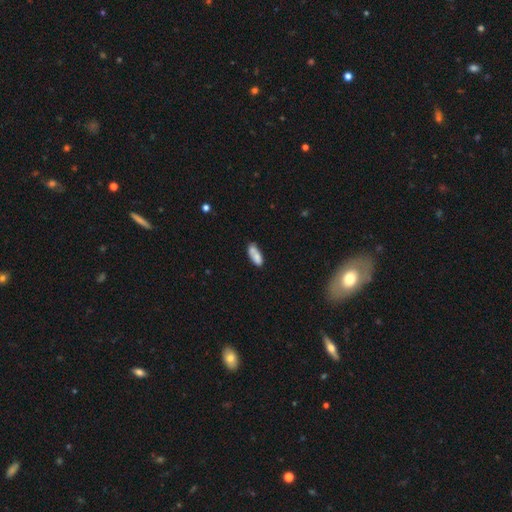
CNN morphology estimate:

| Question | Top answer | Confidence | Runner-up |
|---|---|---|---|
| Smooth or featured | smooth | 72% | featured or disk (20%) |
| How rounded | in between | 77% | cigar-shaped (20%) |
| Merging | none | 45% | merger (30%) |